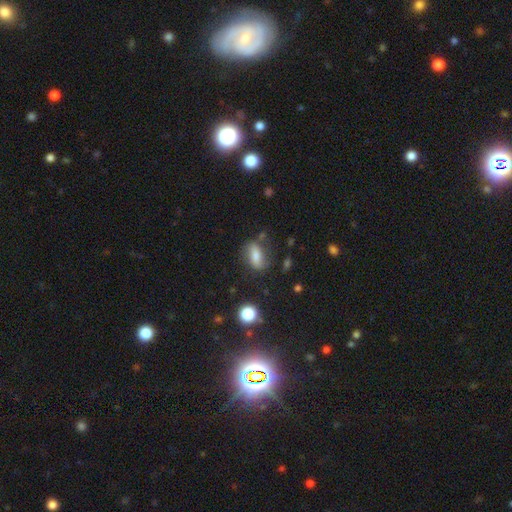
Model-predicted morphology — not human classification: type=smooth (52%); roundness=in between (71%); merging=none (69%).